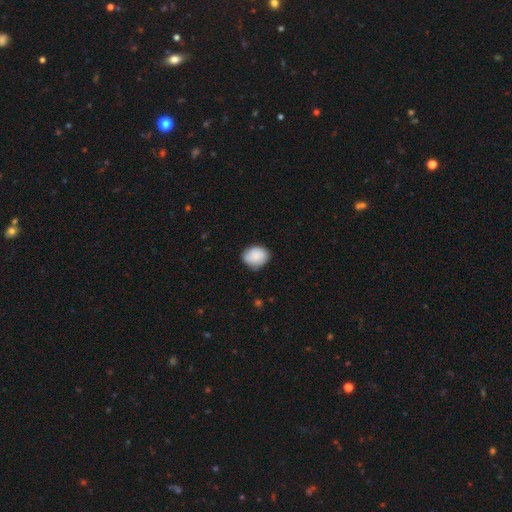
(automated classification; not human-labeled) Q: Smooth or featured?
A: smooth (87%); runner-up: star or artifact (7%)
Q: How rounded?
A: round (56%); runner-up: in between (43%)
Q: Merging?
A: none (73%); runner-up: minor disturbance (22%)